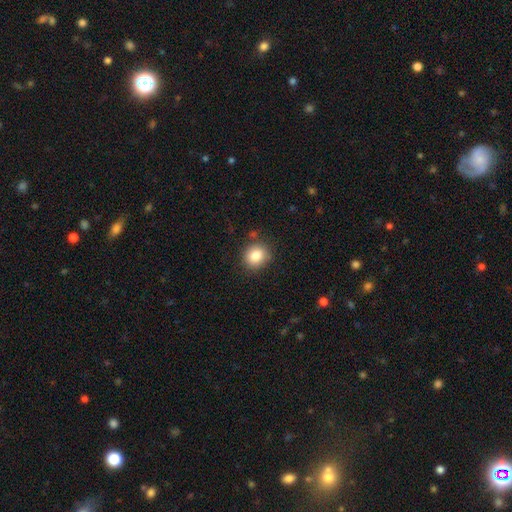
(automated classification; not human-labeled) Morphology: type=smooth (84%); roundness=round (81%); merging=none (84%).